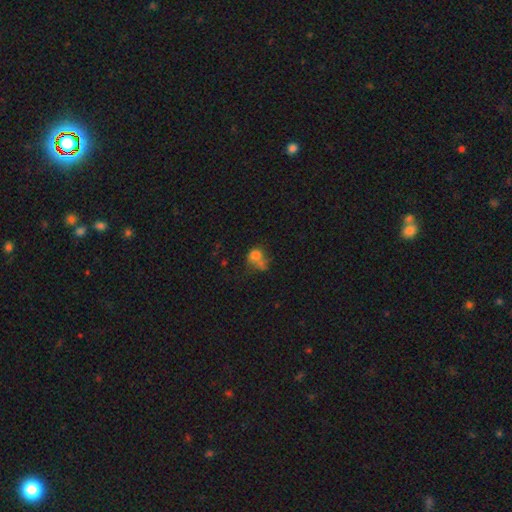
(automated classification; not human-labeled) Morphology: type=smooth (71%); roundness=round (59%); merging=none (30%).